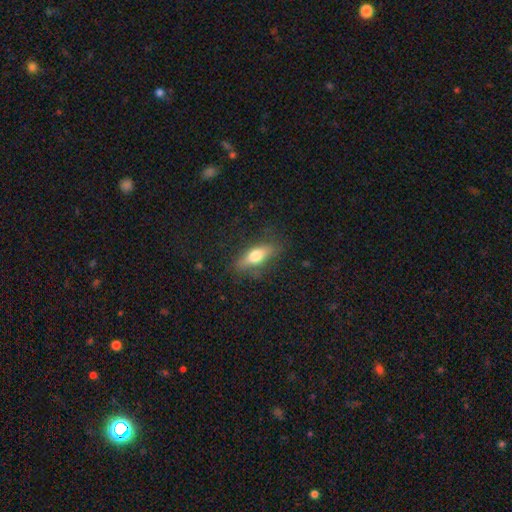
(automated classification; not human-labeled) Smooth or featured: smooth — 60% (featured or disk — 33%)
How rounded: in between — 51% (cigar-shaped — 45%)
Merging: none — 77% (minor disturbance — 16%)